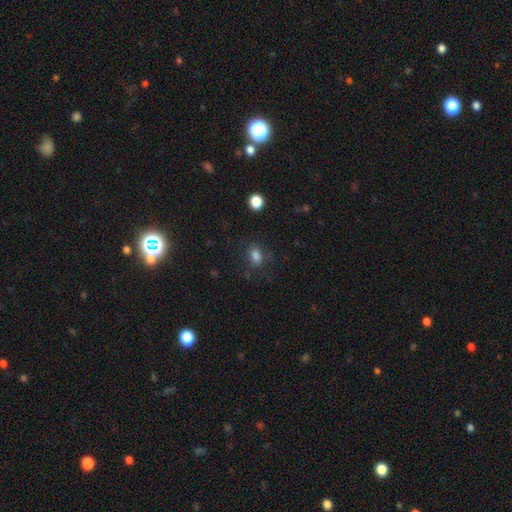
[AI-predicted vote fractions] smooth 81%, star or artifact 12%, featured or disk 7%. Down the decision tree: how rounded — in between (70%); merging — none (72%).